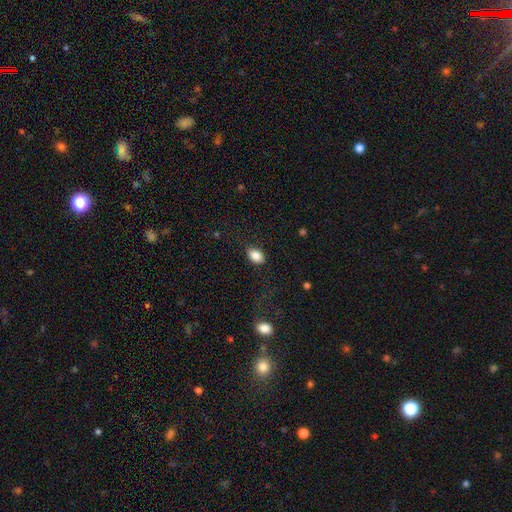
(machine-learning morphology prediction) smooth-or-featured: smooth: 86% | star or artifact: 8% | featured or disk: 6%
  how-rounded: in between: 87% | round: 12% | cigar-shaped: 1%
  merging: none: 81% | minor disturbance: 13% | major disturbance: 5% | merger: 1%